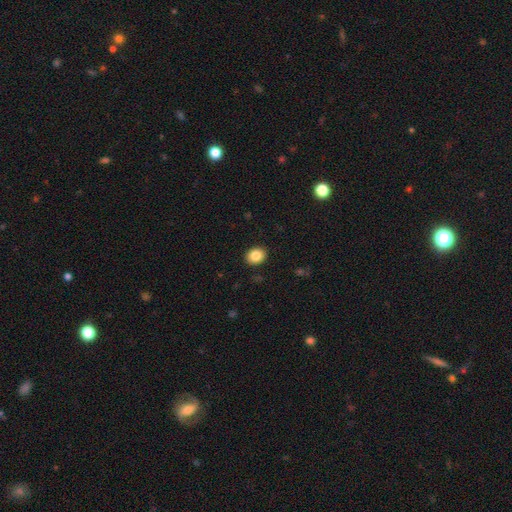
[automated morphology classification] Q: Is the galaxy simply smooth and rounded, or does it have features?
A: smooth — 85%.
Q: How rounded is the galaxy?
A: round — 56%.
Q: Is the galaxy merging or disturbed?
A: none — 91%.